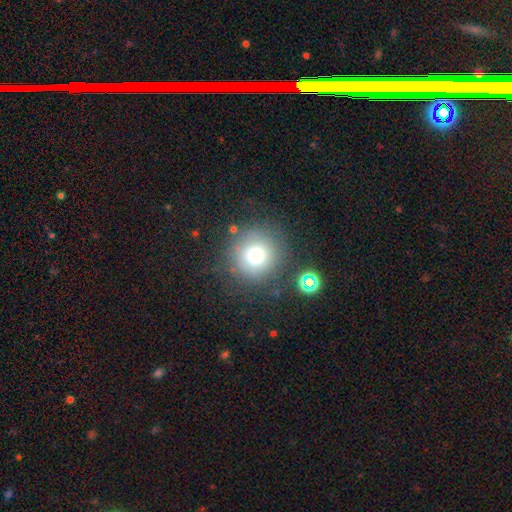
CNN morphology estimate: This is likely a smooth galaxy (74%). How rounded: clearly round (94%). Merging: likely none (80%).